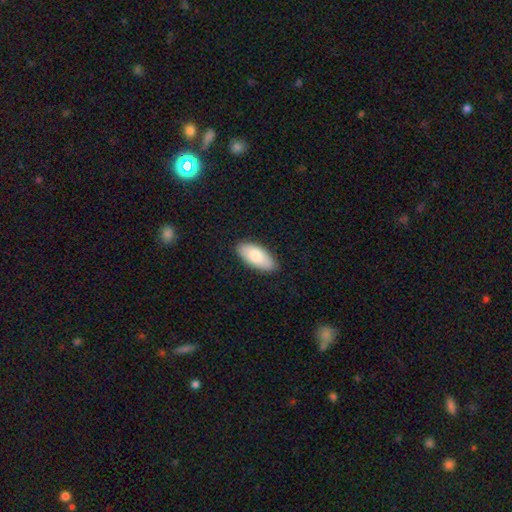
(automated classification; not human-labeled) This is clearly a smooth galaxy (83%). How rounded: clearly in between (91%). Merging: clearly none (86%).